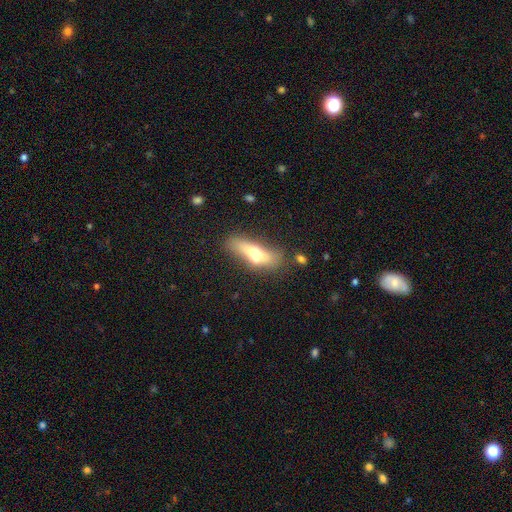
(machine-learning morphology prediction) Overall: smooth (59%; featured or disk 33%). How rounded: in between (50%; cigar-shaped 46%). Merging: none (53%; minor disturbance 25%).